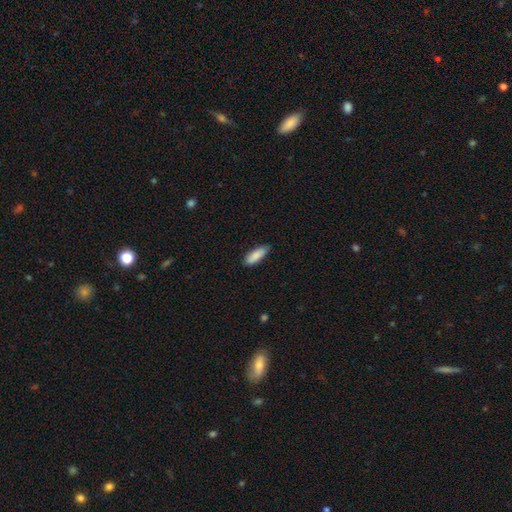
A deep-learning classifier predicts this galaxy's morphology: Smooth or featured?
  - smooth: 88% *
  - featured or disk: 6%
  - star or artifact: 6%
How rounded?
  - in between: 64% *
  - cigar-shaped: 34%
  - round: 2%
Merging?
  - none: 78% *
  - minor disturbance: 19%
  - major disturbance: 2%
  - merger: 1%